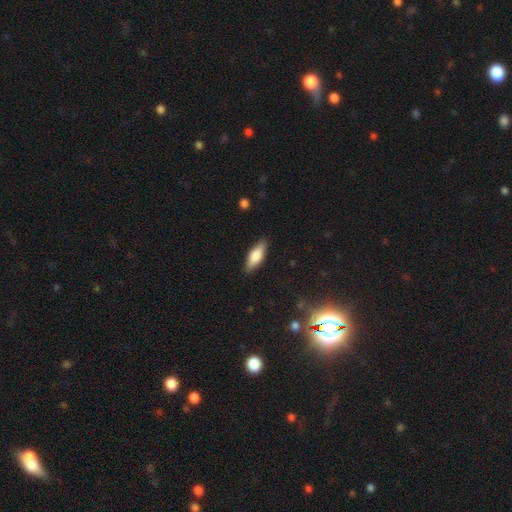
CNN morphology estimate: Smooth or featured? smooth (69%)
How rounded? in between (60%)
Merging? none (87%)